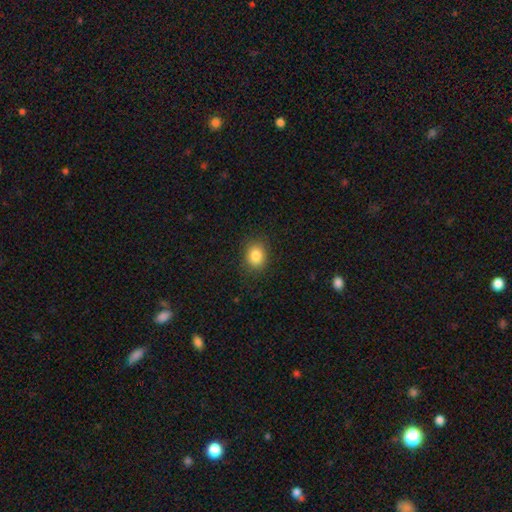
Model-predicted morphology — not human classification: Overall: smooth (85%). How rounded: round (54%; in between 45%). Merging: none (86%).